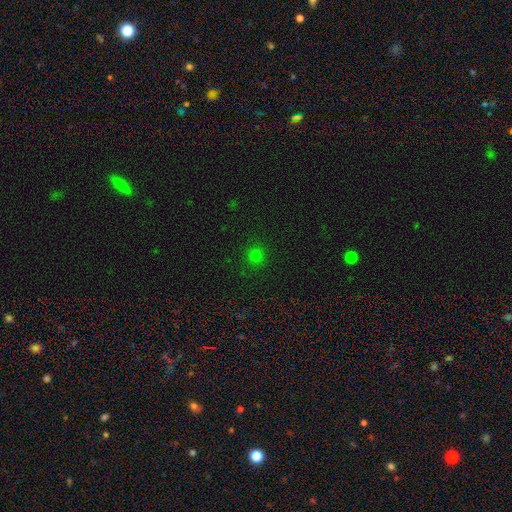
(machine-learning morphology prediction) A smooth galaxy with no disk features (73%) that is round (92%). Merging: none (90%).